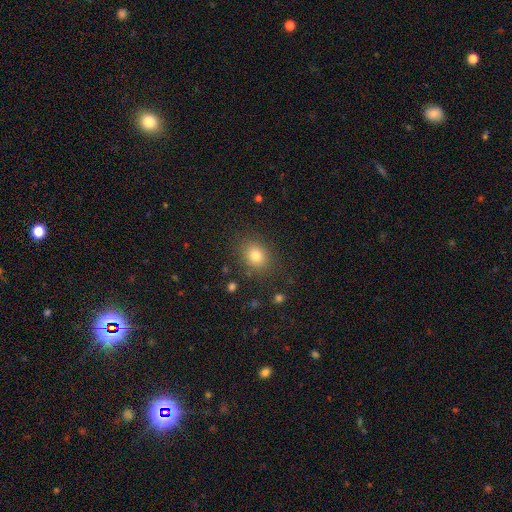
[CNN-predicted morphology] smooth 79%, star or artifact 12%, featured or disk 8%. Down the decision tree: how rounded — round (61%); merging — none (85%).